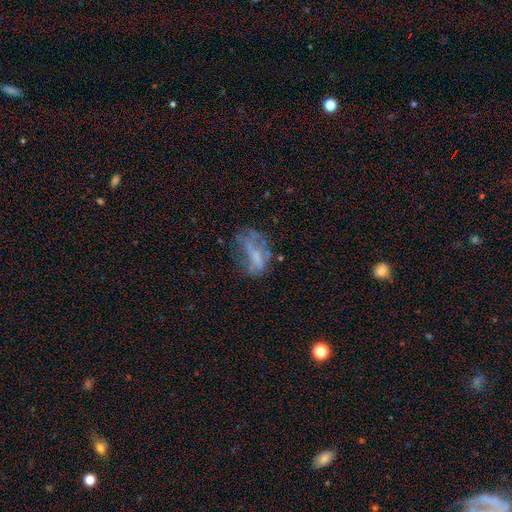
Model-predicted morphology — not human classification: featured or disk 47%, smooth 38%, star or artifact 14%. Down the decision tree: merging — none (37%).